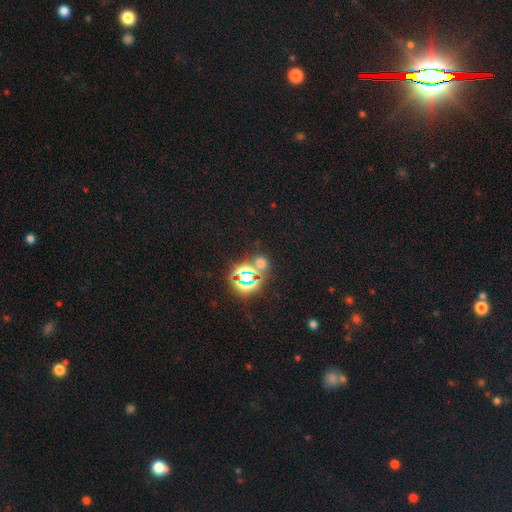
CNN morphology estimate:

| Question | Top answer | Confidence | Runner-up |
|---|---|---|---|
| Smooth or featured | star or artifact | 77% | smooth (16%) |